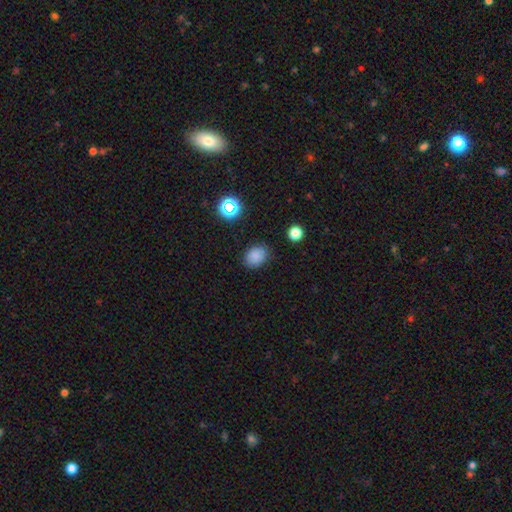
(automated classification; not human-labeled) This is clearly a smooth galaxy (82%). How rounded: possibly in between (54%). Merging: clearly none (81%).